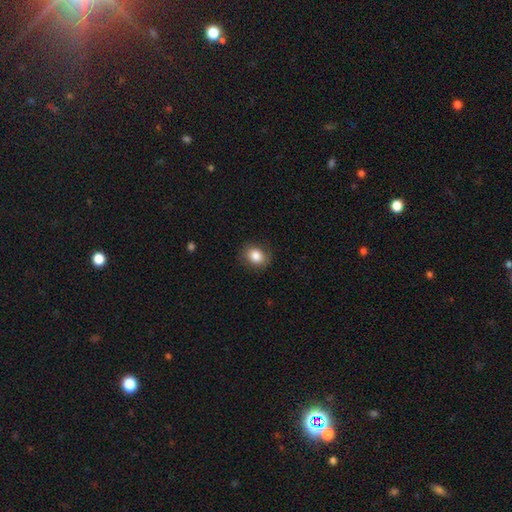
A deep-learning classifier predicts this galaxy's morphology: Q: Smooth or featured?
A: smooth (84%); runner-up: star or artifact (8%)
Q: How rounded?
A: round (50%); runner-up: in between (49%)
Q: Merging?
A: none (83%); runner-up: minor disturbance (13%)